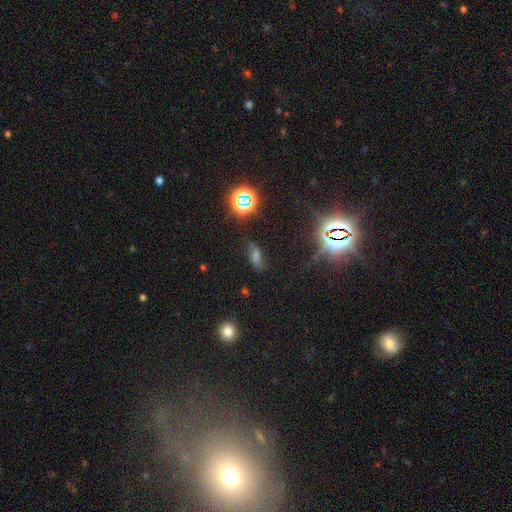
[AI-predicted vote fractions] smooth-or-featured: smooth: 44% | star or artifact: 37% | featured or disk: 20%
  merging: none: 70% | minor disturbance: 19% | major disturbance: 8% | merger: 3%